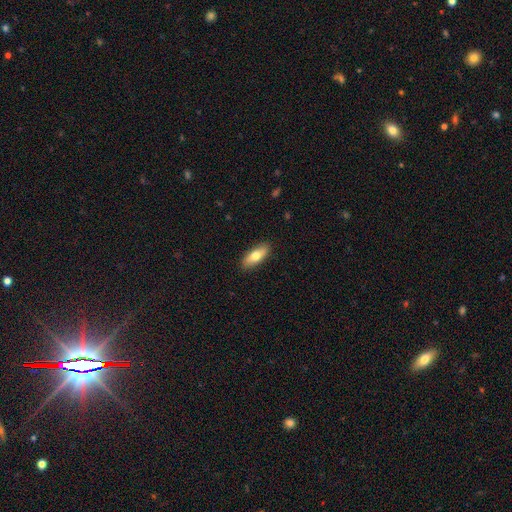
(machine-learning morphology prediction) Smooth or featured?
  - smooth: 72% *
  - featured or disk: 22%
  - star or artifact: 6%
How rounded?
  - in between: 72% *
  - cigar-shaped: 25%
  - round: 3%
Merging?
  - none: 89% *
  - minor disturbance: 8%
  - major disturbance: 2%
  - merger: 1%